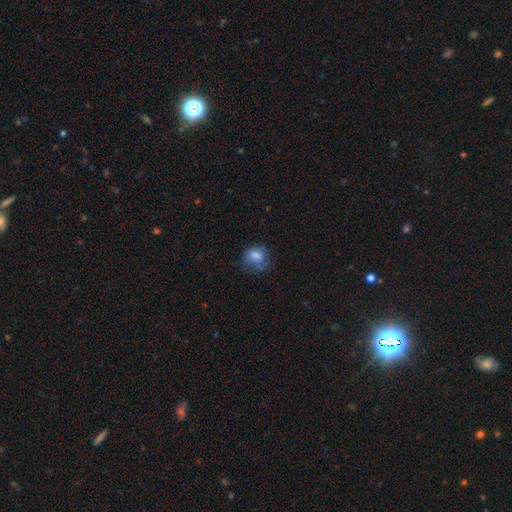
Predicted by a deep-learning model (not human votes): A smooth galaxy with no disk features (67%) that is round (64%).

Vote fractions:
- Smooth or featured? smooth: 67% / featured or disk: 24% / star or artifact: 9%
- How rounded? round: 64% / in between: 35% / cigar-shaped: 1%
- Merging? none: 54% / minor disturbance: 27% / major disturbance: 18% / merger: 1%